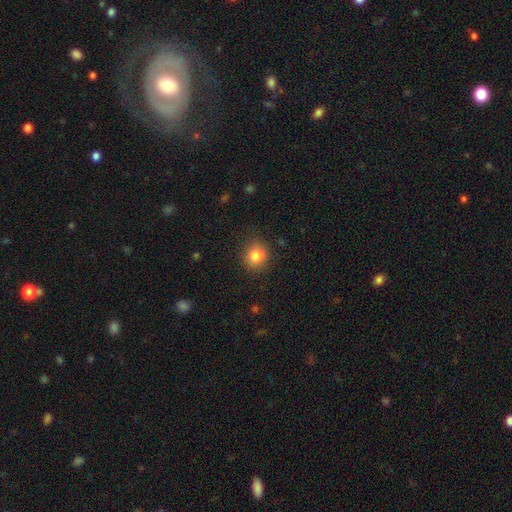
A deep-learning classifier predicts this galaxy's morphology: A smooth galaxy with no disk features (81%) that is round (82%).

Vote fractions:
- Smooth or featured? smooth: 81% / star or artifact: 11% / featured or disk: 8%
- How rounded? round: 82% / in between: 17% / cigar-shaped: 1%
- Merging? none: 86% / minor disturbance: 10% / major disturbance: 3% / merger: 1%